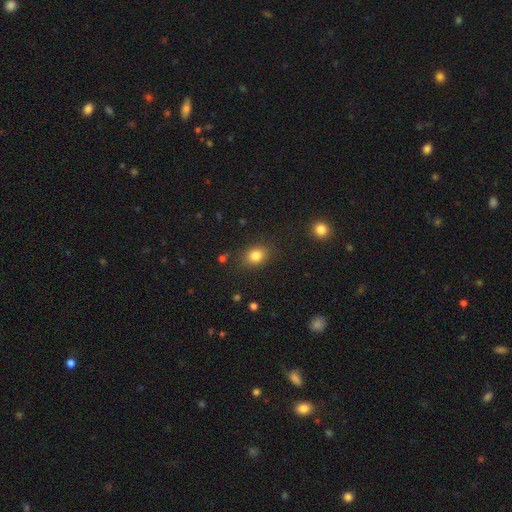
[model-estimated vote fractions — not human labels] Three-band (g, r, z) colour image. It shows a smooth galaxy with no disk features (83%) that is in between round and cigar-shaped (55%). Merging: none (84%).